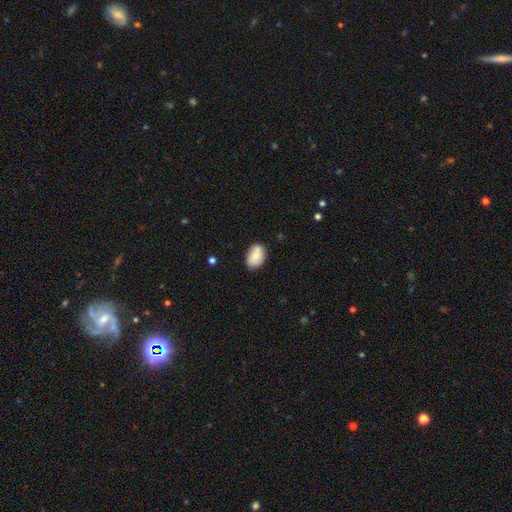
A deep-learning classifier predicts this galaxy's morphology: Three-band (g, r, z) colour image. It shows a smooth galaxy with no disk features (83%) that is in between round and cigar-shaped (87%). Merging: none (81%).